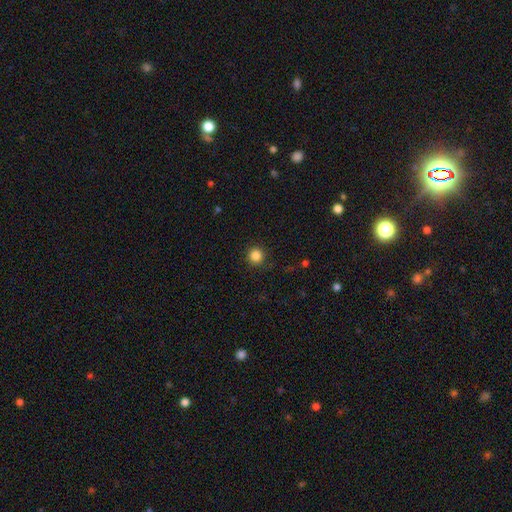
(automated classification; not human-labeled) Smooth or featured? smooth (85%)
How rounded? round (95%)
Merging? none (90%)